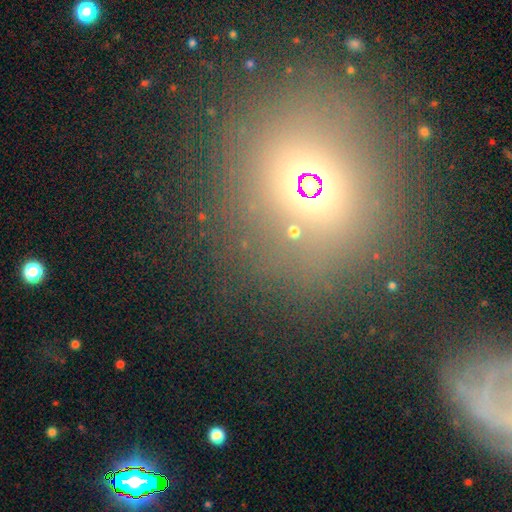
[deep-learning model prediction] Q: Smooth or featured?
A: star or artifact (60%); runner-up: smooth (29%)